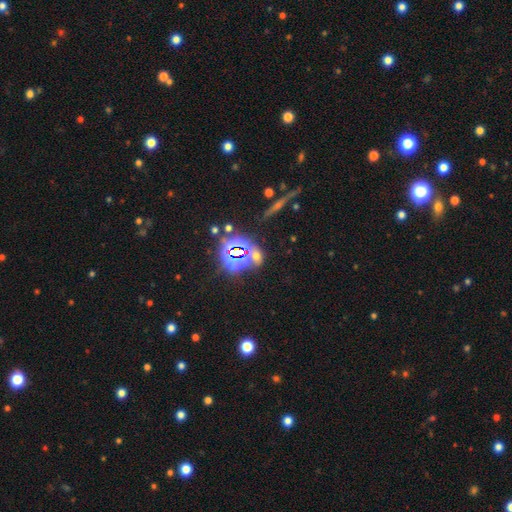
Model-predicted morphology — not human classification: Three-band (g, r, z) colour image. It shows a star or artifact, not a galaxy (56%).